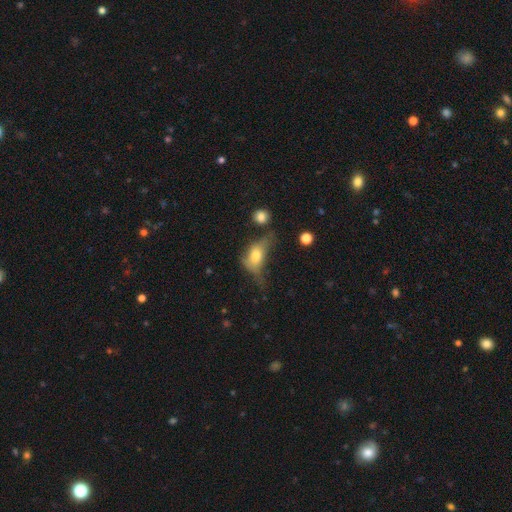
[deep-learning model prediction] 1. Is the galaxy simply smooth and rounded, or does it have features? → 63% smooth, 27% featured or disk, 10% star or artifact.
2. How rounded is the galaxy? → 79% in between, 16% round, 6% cigar-shaped.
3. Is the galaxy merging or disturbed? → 42% major disturbance, 26% minor disturbance, 21% none, 11% merger.